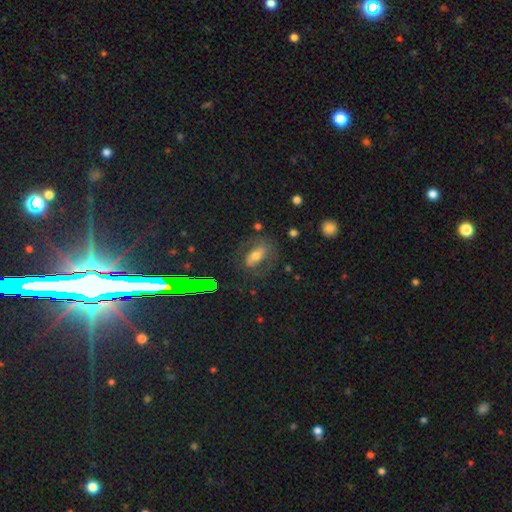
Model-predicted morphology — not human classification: smooth_or_featured: featured or disk (p=0.42) [alt: smooth p=0.41]
merging: none (p=0.65) [alt: minor disturbance p=0.18]